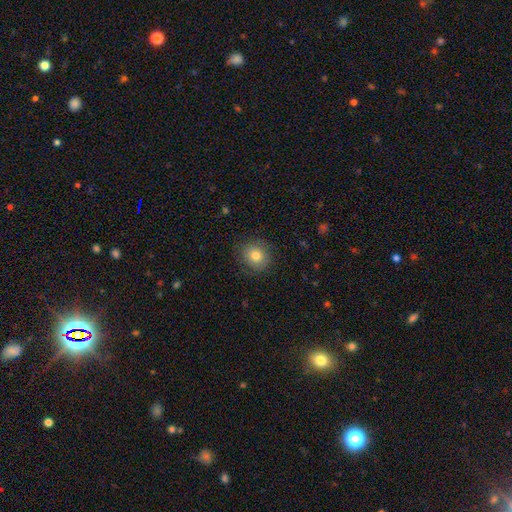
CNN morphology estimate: Smooth or featured: smooth — 80% (featured or disk — 10%)
How rounded: round — 82% (in between — 17%)
Merging: none — 85% (minor disturbance — 11%)